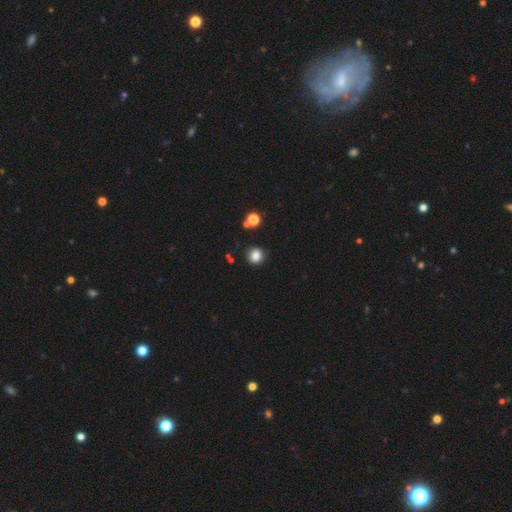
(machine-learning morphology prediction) Smooth or featured?
  - smooth: 83% *
  - star or artifact: 12%
  - featured or disk: 5%
How rounded?
  - round: 84% *
  - in between: 15%
  - cigar-shaped: 1%
Merging?
  - none: 86% *
  - minor disturbance: 9%
  - merger: 3%
  - major disturbance: 2%